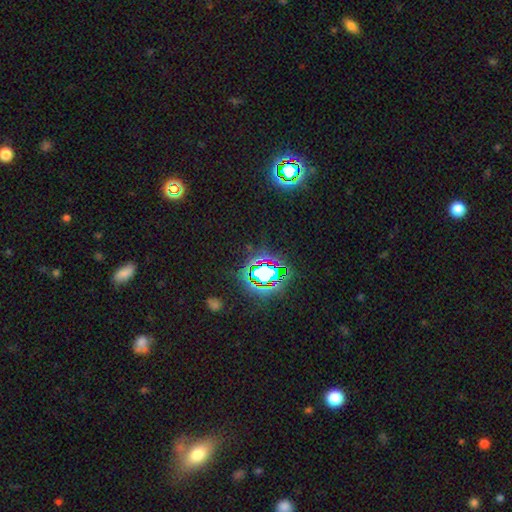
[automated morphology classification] Q: Smooth or featured?
A: star or artifact (78%); runner-up: smooth (14%)